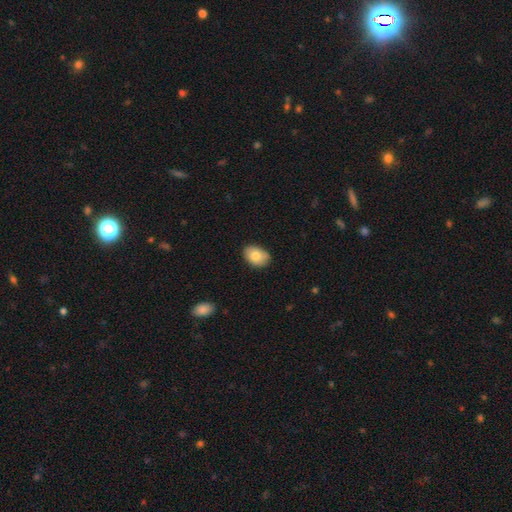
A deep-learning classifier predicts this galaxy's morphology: A smooth galaxy with no disk features (81%) that is in between round and cigar-shaped (83%).

Vote fractions:
- Smooth or featured? smooth: 81% / featured or disk: 12% / star or artifact: 7%
- How rounded? in between: 83% / round: 16% / cigar-shaped: 1%
- Merging? none: 84% / minor disturbance: 13% / major disturbance: 2% / merger: 1%